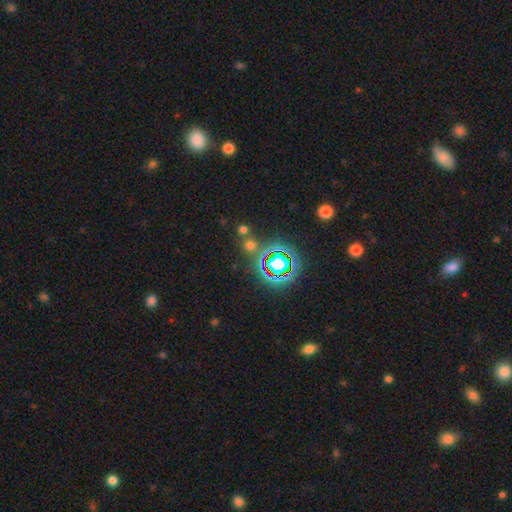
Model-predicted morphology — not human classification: smooth_or_featured: star or artifact (p=0.76) [alt: smooth p=0.16]